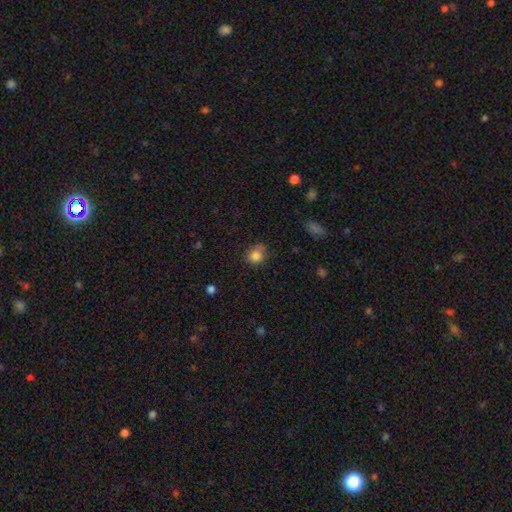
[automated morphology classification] smooth-or-featured: smooth: 83% | star or artifact: 11% | featured or disk: 7%
  how-rounded: round: 69% | in between: 30% | cigar-shaped: 1%
  merging: none: 56% | minor disturbance: 30% | major disturbance: 10% | merger: 4%